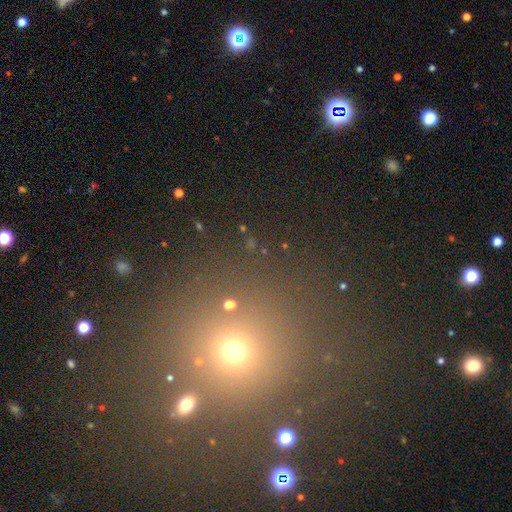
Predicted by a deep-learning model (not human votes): Overall: smooth (47%; star or artifact 45%). Merging: none (83%).